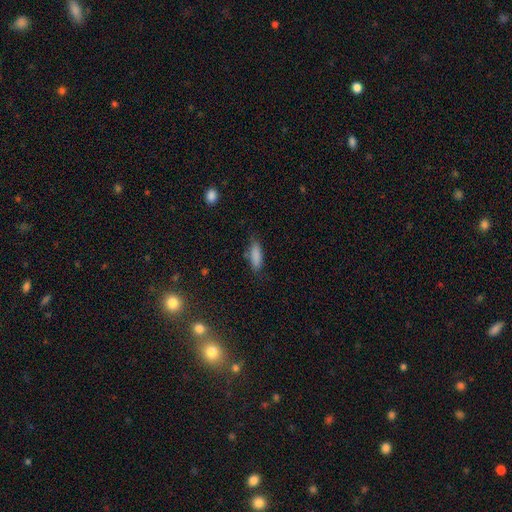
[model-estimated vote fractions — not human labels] Morphology: type=smooth (86%); roundness=in between (58%); merging=none (74%).